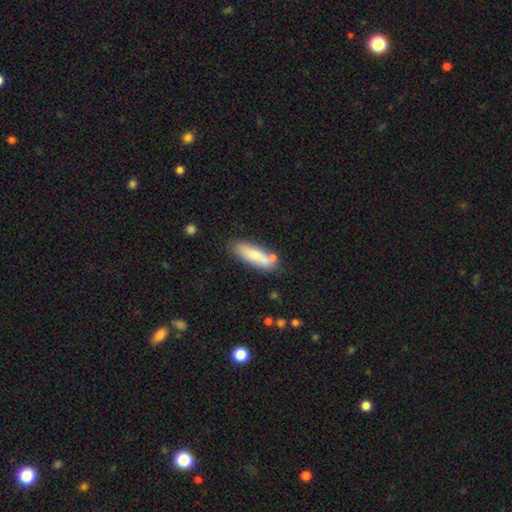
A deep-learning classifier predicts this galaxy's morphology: smooth 78%, featured or disk 16%, star or artifact 6%. Down the decision tree: how rounded — cigar-shaped (54%); merging — none (69%).